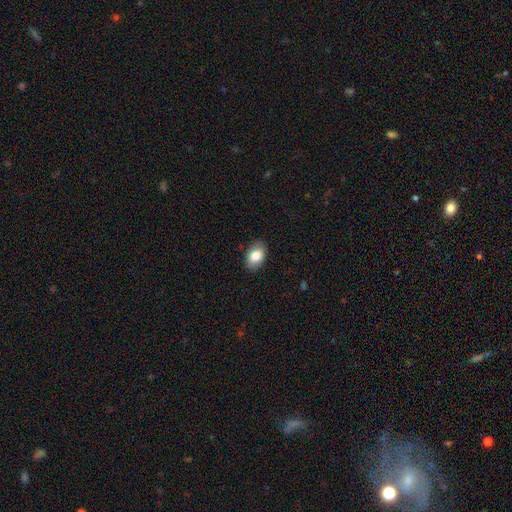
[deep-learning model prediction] Smooth or featured? Predicted: smooth (p=0.81). How rounded? Predicted: in between (p=0.85). Merging? Predicted: none (p=0.88).